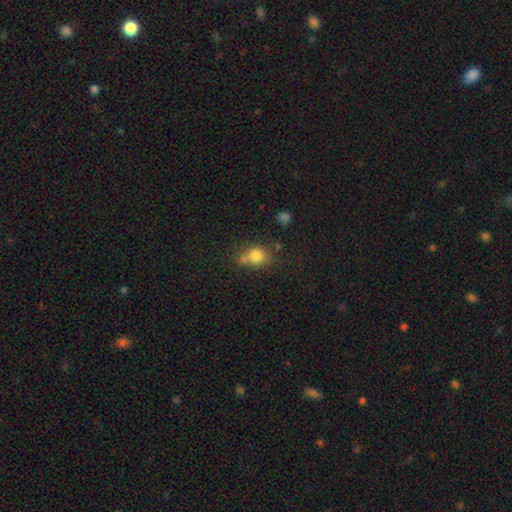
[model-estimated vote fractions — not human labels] This is likely a smooth galaxy (79%). How rounded: possibly round (58%). Merging: possibly none (52%).